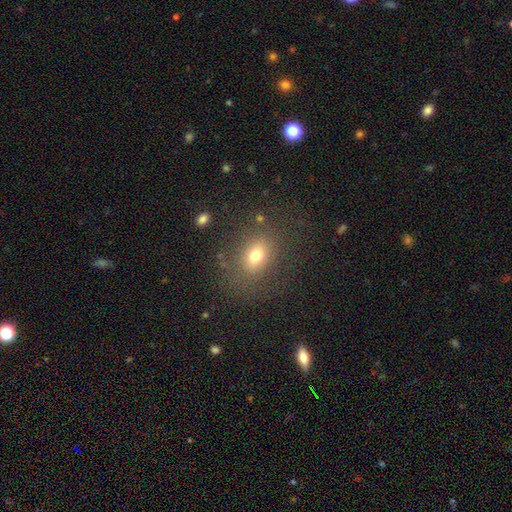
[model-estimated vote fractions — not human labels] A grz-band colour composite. It shows a smooth galaxy with no disk features (73%) that is in between round and cigar-shaped (60%). Merging: none (77%).